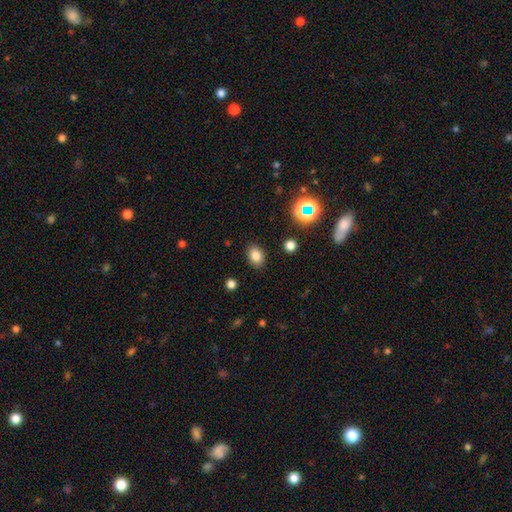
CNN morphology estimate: A smooth galaxy with no disk features (81%) that is in between round and cigar-shaped (68%). Merging: none (87%).